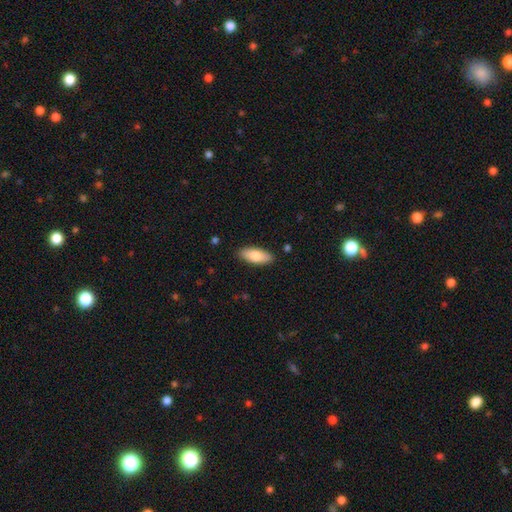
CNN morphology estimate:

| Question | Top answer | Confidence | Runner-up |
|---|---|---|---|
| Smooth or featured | smooth | 82% | featured or disk (12%) |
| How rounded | in between | 80% | cigar-shaped (18%) |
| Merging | none | 88% | minor disturbance (9%) |